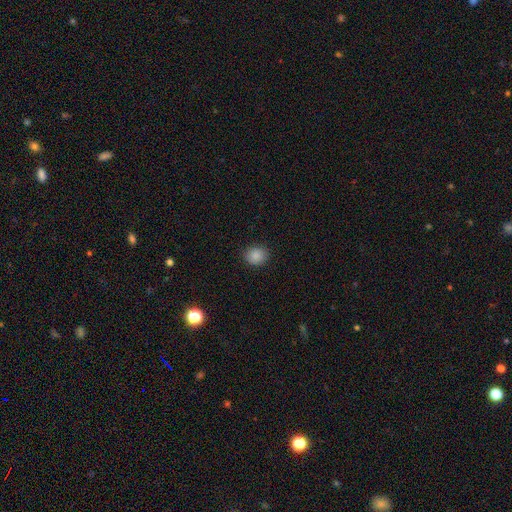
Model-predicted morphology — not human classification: A smooth galaxy with no disk features (87%) that is round (70%).

Vote fractions:
- Smooth or featured? smooth: 87% / star or artifact: 10% / featured or disk: 3%
- How rounded? round: 70% / in between: 29% / cigar-shaped: 1%
- Merging? none: 88% / minor disturbance: 9% / major disturbance: 2% / merger: 1%